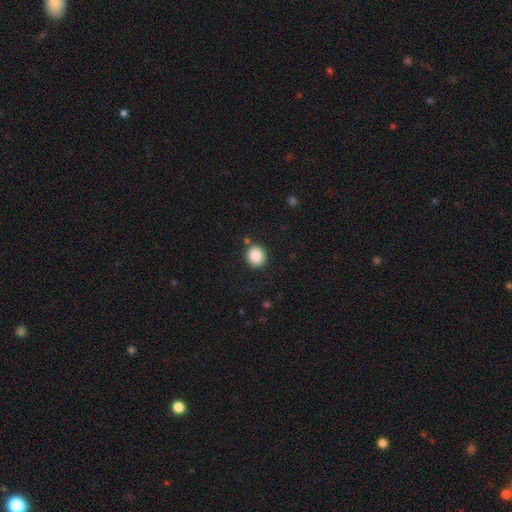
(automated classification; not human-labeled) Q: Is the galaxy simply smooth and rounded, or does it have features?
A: smooth — 87%.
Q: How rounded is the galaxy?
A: round — 82%.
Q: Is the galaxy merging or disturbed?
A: none — 87%.